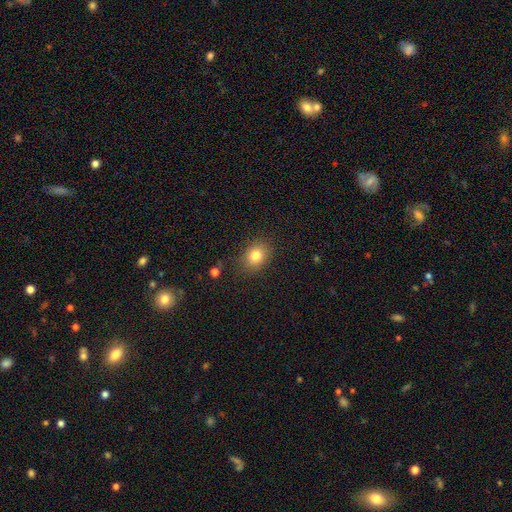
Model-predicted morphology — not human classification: A smooth galaxy with no disk features (81%) that is in between round and cigar-shaped (53%).

Vote fractions:
- Smooth or featured? smooth: 81% / star or artifact: 11% / featured or disk: 8%
- How rounded? in between: 53% / round: 45% / cigar-shaped: 1%
- Merging? none: 82% / minor disturbance: 12% / major disturbance: 4% / merger: 2%